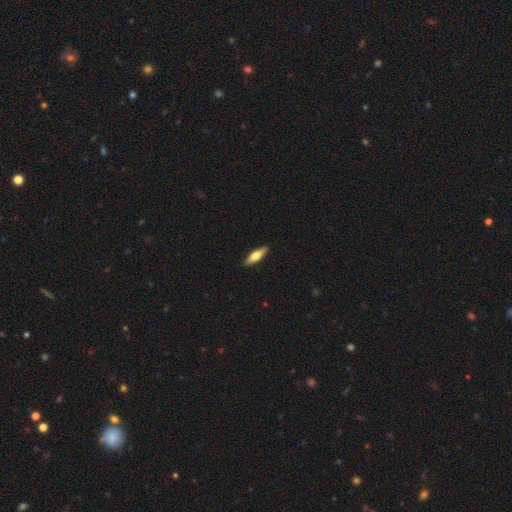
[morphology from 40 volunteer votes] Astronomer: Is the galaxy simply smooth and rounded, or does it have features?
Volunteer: smooth — 52% (runner-up: featured or disk, 48%).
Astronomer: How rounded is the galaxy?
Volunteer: cigar-shaped — 52% (runner-up: in between, 43%).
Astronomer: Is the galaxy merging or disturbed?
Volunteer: none — 85%.